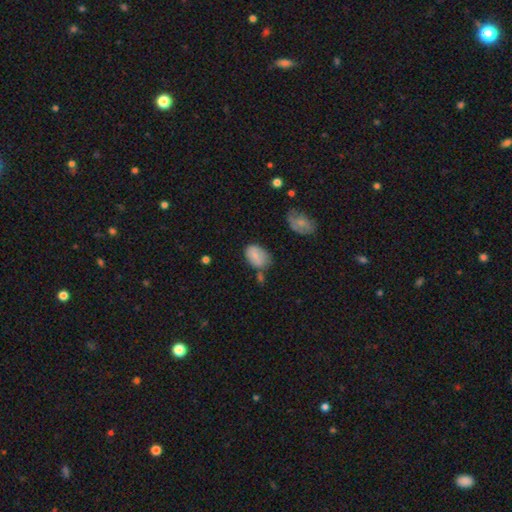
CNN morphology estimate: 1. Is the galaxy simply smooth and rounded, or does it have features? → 76% smooth, 16% featured or disk, 8% star or artifact.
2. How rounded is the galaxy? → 85% in between, 14% round, 1% cigar-shaped.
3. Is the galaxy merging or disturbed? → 54% none, 27% minor disturbance, 11% merger, 8% major disturbance.